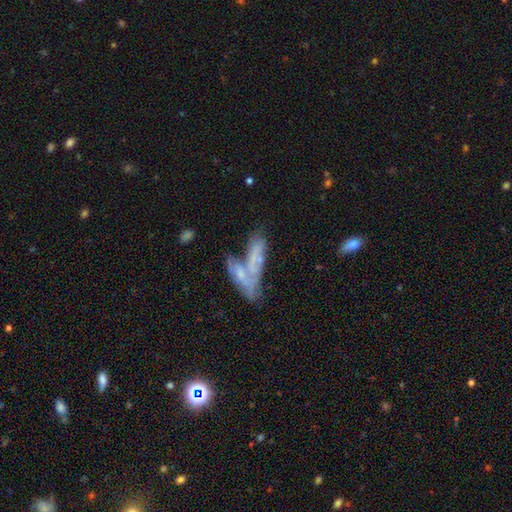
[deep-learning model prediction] A featured or disk galaxy (46%).

Vote fractions:
- Smooth or featured? featured or disk: 46% / smooth: 45% / star or artifact: 9%
- Merging? merger: 61% / none: 18% / minor disturbance: 10% / major disturbance: 10%